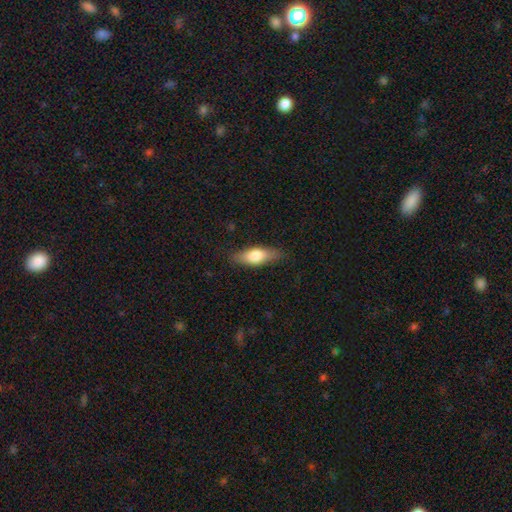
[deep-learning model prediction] smooth 71%, featured or disk 22%, star or artifact 6%. Down the decision tree: how rounded — in between (66%); merging — none (80%).